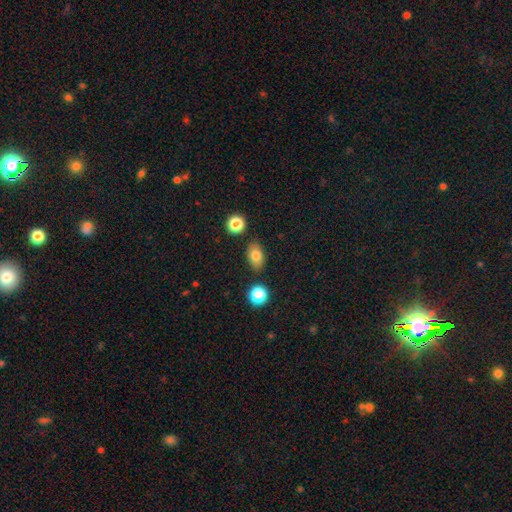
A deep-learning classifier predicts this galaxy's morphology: This appears to be a smooth galaxy with no disk features (79%) that is in between round and cigar-shaped (83%). Merging: none (85%).